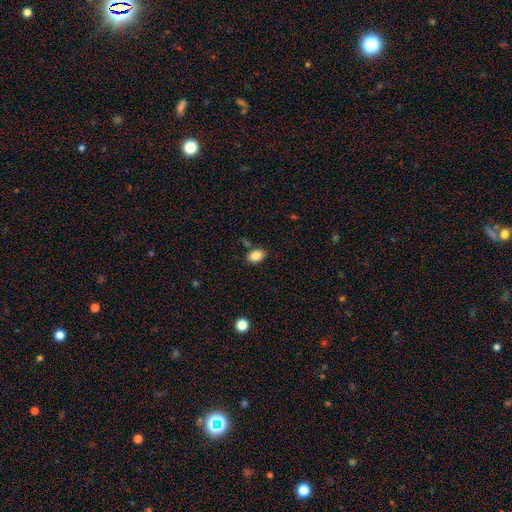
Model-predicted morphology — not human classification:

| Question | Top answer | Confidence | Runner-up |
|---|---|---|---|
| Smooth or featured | smooth | 85% | star or artifact (9%) |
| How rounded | in between | 84% | round (15%) |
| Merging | none | 79% | minor disturbance (12%) |